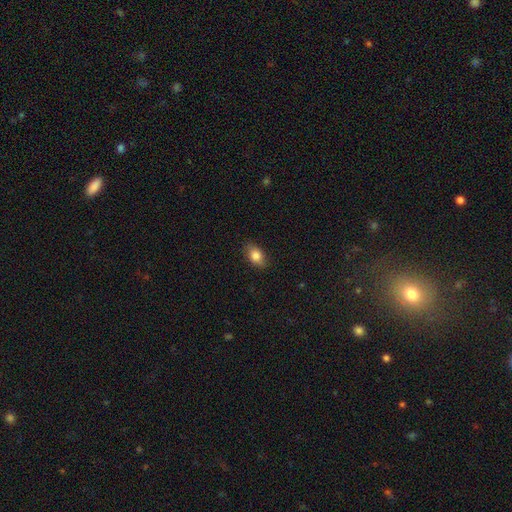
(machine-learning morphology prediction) Smooth or featured? Predicted: smooth (p=0.84). How rounded? Predicted: in between (p=0.84). Merging? Predicted: none (p=0.84).